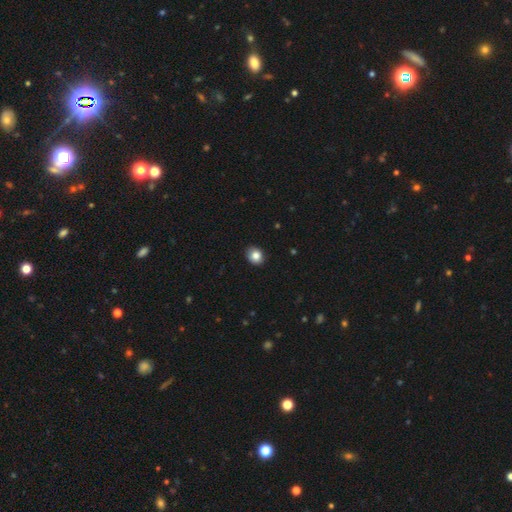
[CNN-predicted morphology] smooth 84%, star or artifact 9%, featured or disk 6%. Down the decision tree: how rounded — round (63%); merging — none (89%).